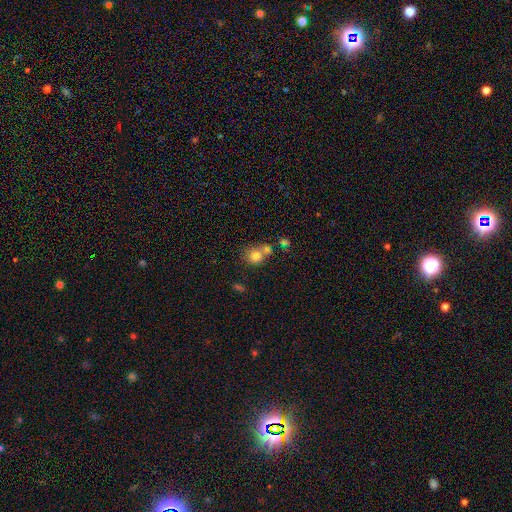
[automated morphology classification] Smooth or featured? Predicted: smooth (p=0.78). How rounded? Predicted: round (p=0.80). Merging? Predicted: none (p=0.44).